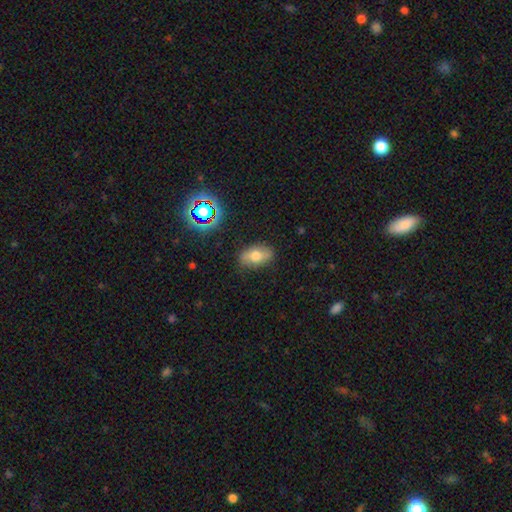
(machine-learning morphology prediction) Overall: smooth (64%). How rounded: in between (88%). Merging: none (82%).